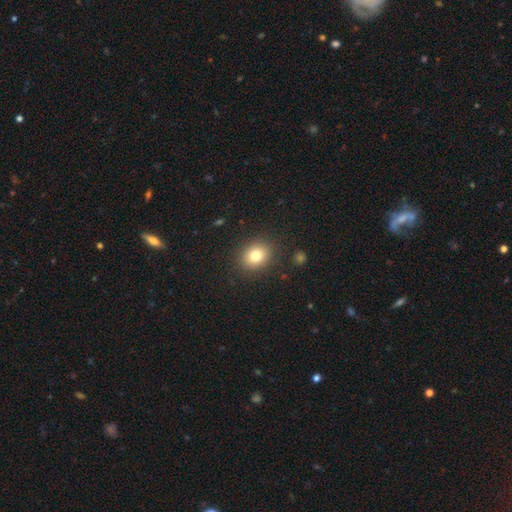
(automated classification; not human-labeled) A smooth galaxy with no disk features (79%) that is round (59%).

Vote fractions:
- Smooth or featured? smooth: 79% / star or artifact: 11% / featured or disk: 9%
- How rounded? round: 59% / in between: 40% / cigar-shaped: 1%
- Merging? none: 88% / minor disturbance: 8% / major disturbance: 3% / merger: 1%